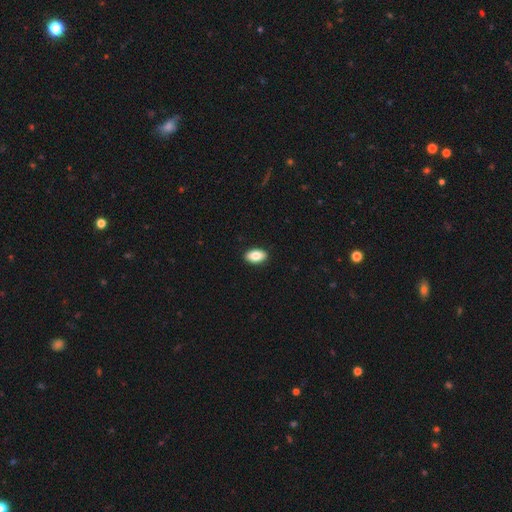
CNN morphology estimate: This is clearly a smooth galaxy (84%). How rounded: clearly in between (92%). Merging: clearly none (91%).